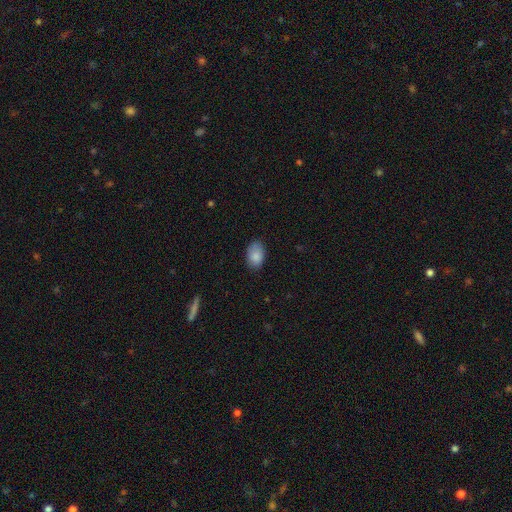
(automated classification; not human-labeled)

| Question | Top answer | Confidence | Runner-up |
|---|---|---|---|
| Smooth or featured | smooth | 87% | star or artifact (7%) |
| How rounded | in between | 89% | round (10%) |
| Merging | none | 81% | minor disturbance (15%) |